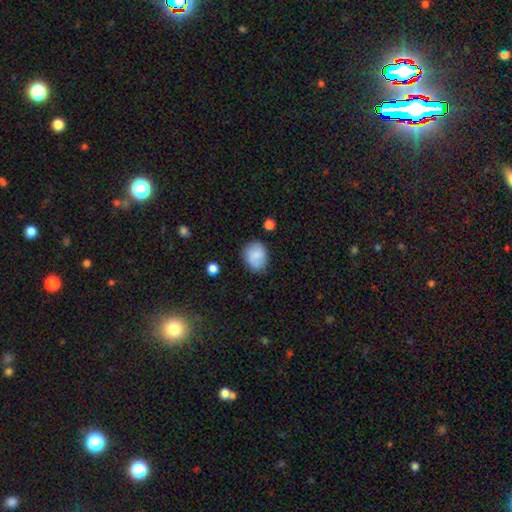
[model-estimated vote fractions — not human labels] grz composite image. It shows a smooth galaxy with no disk features (81%) that is round (54%). Merging: none (77%).